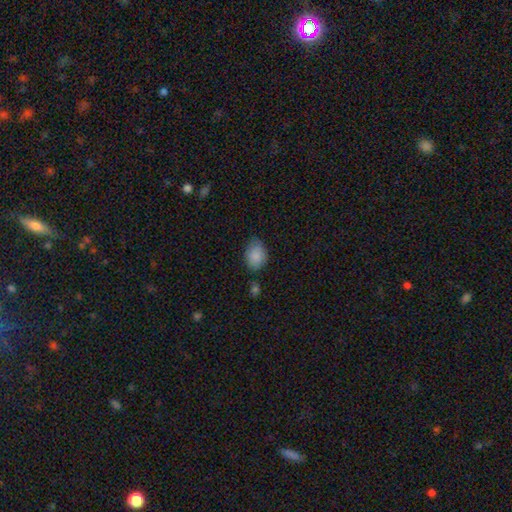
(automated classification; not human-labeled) A smooth galaxy with no disk features (85%) that is in between round and cigar-shaped (72%).

Vote fractions:
- Smooth or featured? smooth: 85% / featured or disk: 8% / star or artifact: 8%
- How rounded? in between: 72% / round: 27% / cigar-shaped: 1%
- Merging? none: 65% / minor disturbance: 26% / major disturbance: 5% / merger: 4%